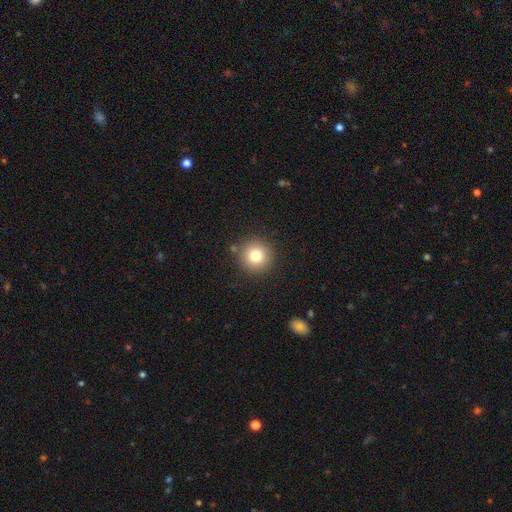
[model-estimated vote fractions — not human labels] Smooth or featured?
  - smooth: 79% *
  - star or artifact: 11%
  - featured or disk: 9%
How rounded?
  - round: 95% *
  - in between: 4%
  - cigar-shaped: 1%
Merging?
  - none: 88% *
  - minor disturbance: 7%
  - major disturbance: 3%
  - merger: 3%